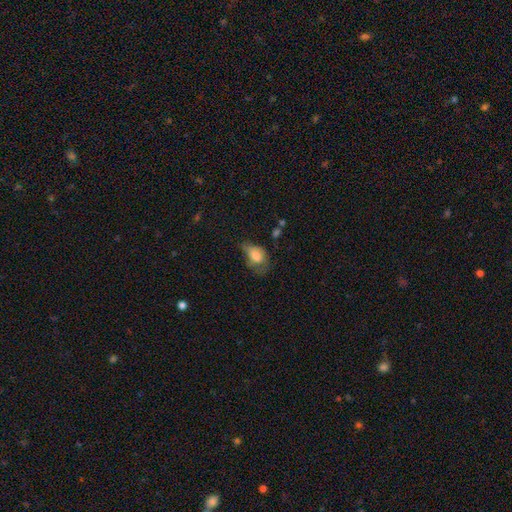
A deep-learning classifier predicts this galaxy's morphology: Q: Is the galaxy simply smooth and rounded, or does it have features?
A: smooth — 72%.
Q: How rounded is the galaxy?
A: in between — 78%.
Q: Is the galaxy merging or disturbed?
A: minor disturbance — 36%, tied with major disturbance.